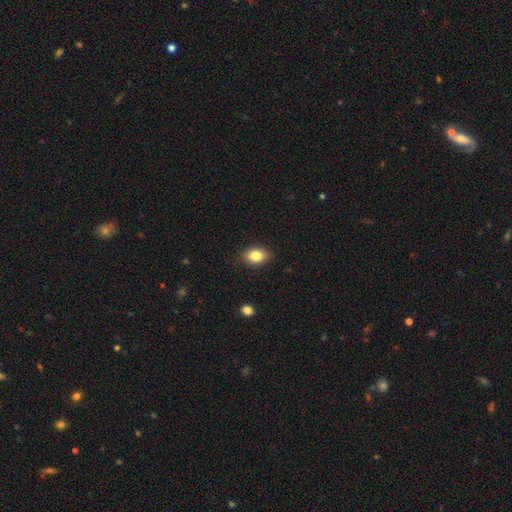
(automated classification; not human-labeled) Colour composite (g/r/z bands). It shows a smooth galaxy with no disk features (83%) that is in between round and cigar-shaped (77%). Merging: none (88%).